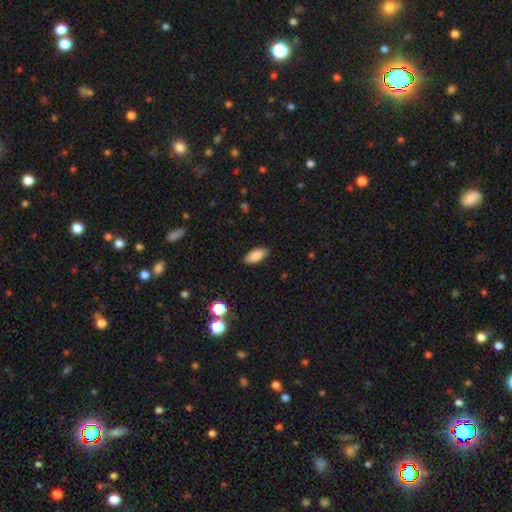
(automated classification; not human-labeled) A smooth galaxy with no disk features (87%) that is in between round and cigar-shaped (86%). Merging: none (87%).